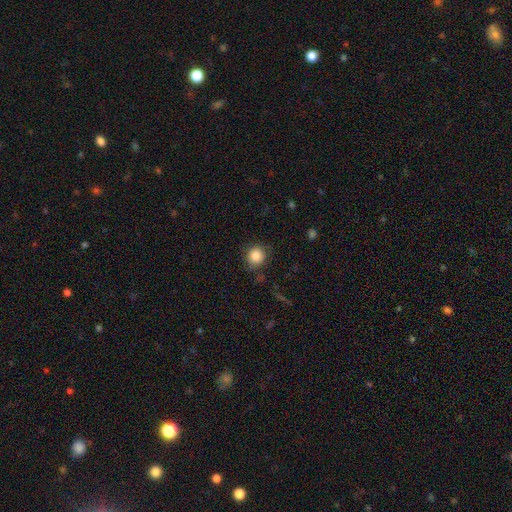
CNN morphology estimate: smooth_or_featured: smooth (p=0.85) [alt: star or artifact p=0.10]
how_rounded: round (p=0.90) [alt: in between p=0.09]
merging: none (p=0.82) [alt: minor disturbance p=0.12]